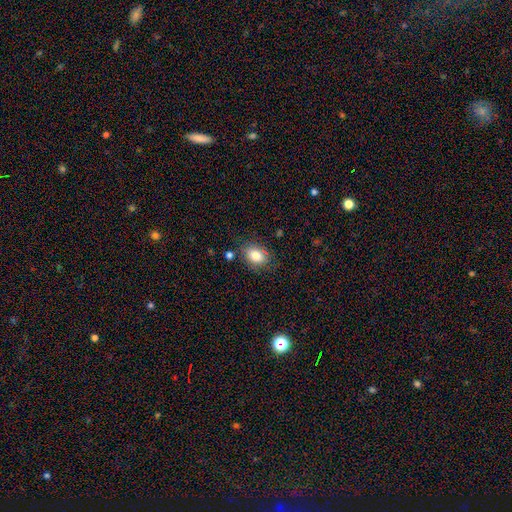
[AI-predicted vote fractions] This appears to be a smooth galaxy with no disk features (80%) that is in between round and cigar-shaped (73%). Merging: none (77%).